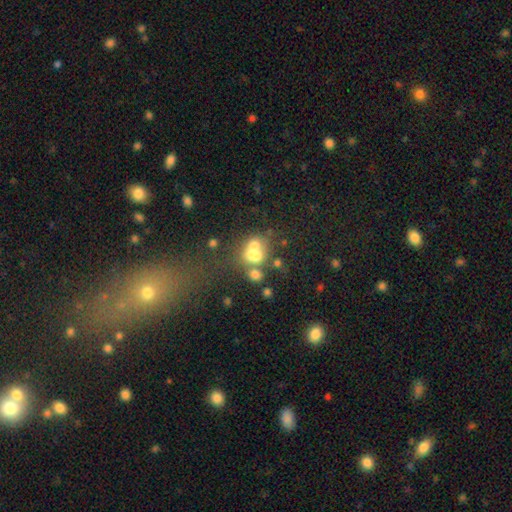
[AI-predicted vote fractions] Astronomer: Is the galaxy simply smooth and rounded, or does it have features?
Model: smooth — 58%.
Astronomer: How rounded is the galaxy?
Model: round — 53% (runner-up: in between, 46%).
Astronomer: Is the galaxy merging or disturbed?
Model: merger — 57%.